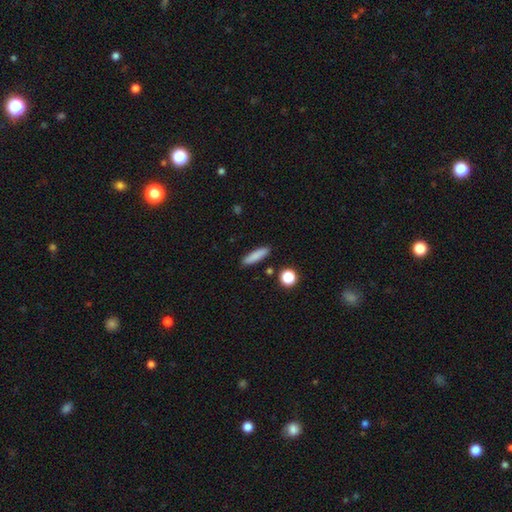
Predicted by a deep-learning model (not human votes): smooth 84%, featured or disk 8%, star or artifact 8%. Down the decision tree: how rounded — cigar-shaped (75%); merging — none (87%).